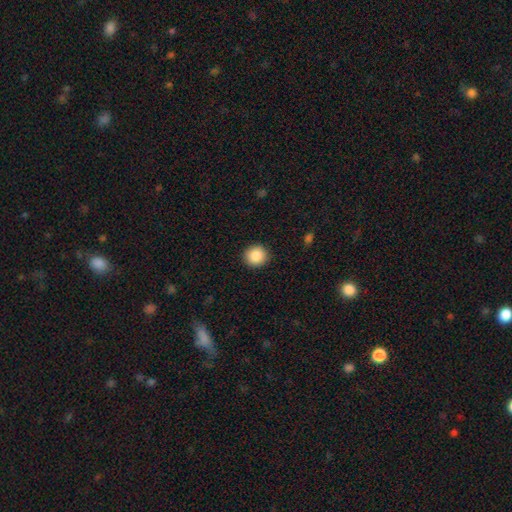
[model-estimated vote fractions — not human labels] A smooth galaxy with no disk features (86%) that is round (92%). Merging: none (91%).